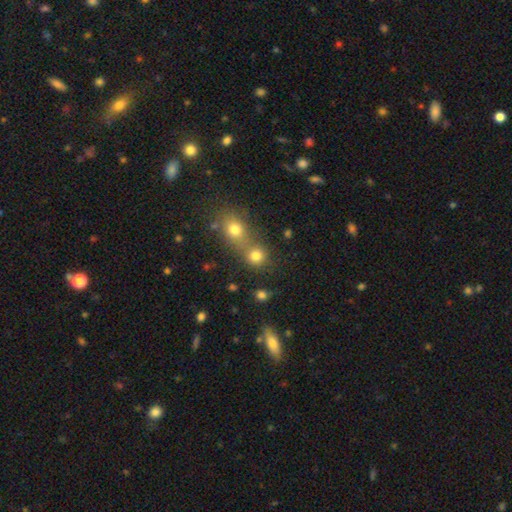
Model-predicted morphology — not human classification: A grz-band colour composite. It shows a smooth galaxy with no disk features (79%) that is round (83%). Merging: none (47%).